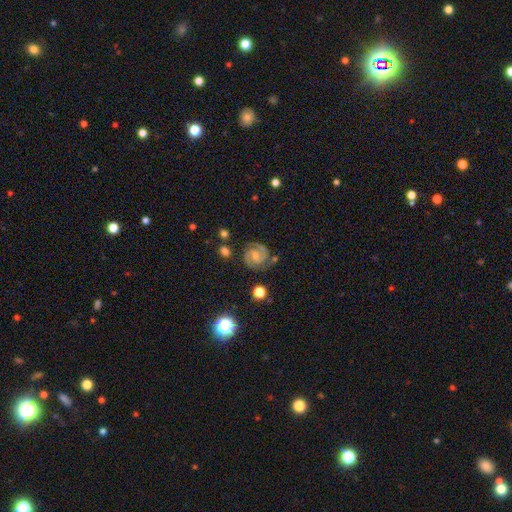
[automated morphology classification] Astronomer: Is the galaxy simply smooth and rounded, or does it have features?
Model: featured or disk — 82%.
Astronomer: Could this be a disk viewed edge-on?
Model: no — 98%.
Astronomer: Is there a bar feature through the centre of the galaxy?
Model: weak — 52% (runner-up: no, 30%).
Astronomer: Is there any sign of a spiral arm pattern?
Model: yes — 97%.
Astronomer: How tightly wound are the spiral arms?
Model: tight — 49% (runner-up: medium, 44%).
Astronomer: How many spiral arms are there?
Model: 2 — 83%.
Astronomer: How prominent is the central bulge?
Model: small — 52% (runner-up: moderate, 31%).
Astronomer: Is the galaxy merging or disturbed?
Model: none — 74%.